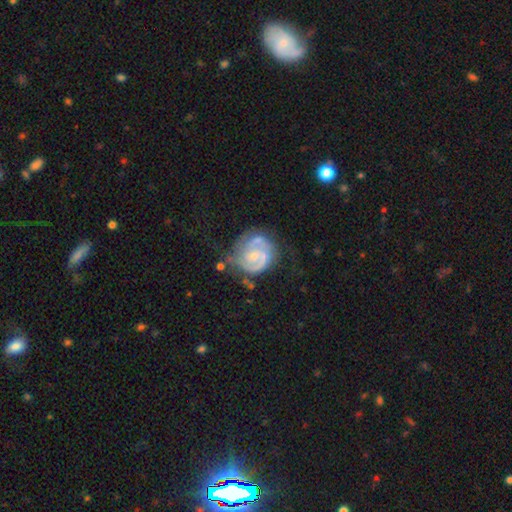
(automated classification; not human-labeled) Smooth or featured? featured or disk (83%)
Edge-on disk? no (98%)
Bar? no (57%)
Spiral arms? yes (94%)
Spiral winding? tight (57%)
Spiral arm count? 2 (64%)
Bulge size? small (58%)
Merging? none (56%)